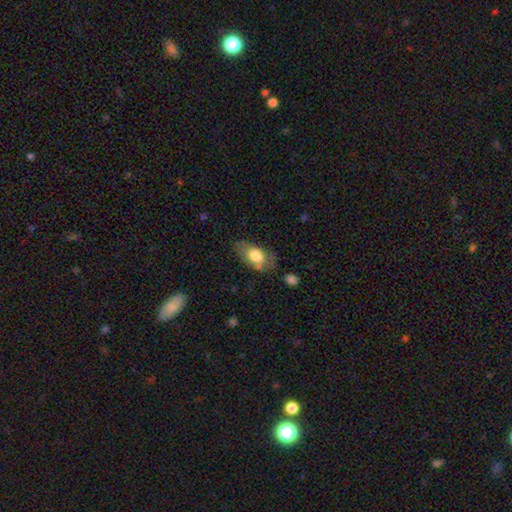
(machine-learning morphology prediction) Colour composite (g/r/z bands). It shows a smooth galaxy with no disk features (72%) that is in between round and cigar-shaped (90%). Merging: none (59%).